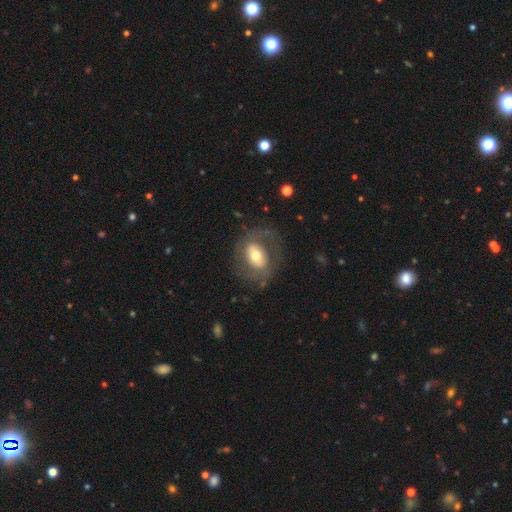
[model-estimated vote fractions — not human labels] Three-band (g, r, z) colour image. It shows a featured or disk galaxy (54%) with no bar (41%), spiral arms (51%) and a moderate central bulge (65%). Merging: none (65%).